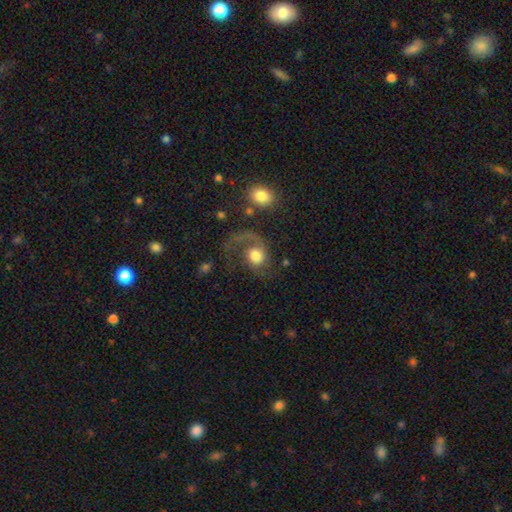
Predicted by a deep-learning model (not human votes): smooth_or_featured: featured or disk (p=0.54) [alt: smooth p=0.37]
disk_edge_on: no (p=0.97) [alt: yes p=0.03]
bar: no (p=0.74) [alt: weak p=0.22]
has_spiral_arms: yes (p=0.87) [alt: no p=0.13]
bulge_size: large (p=0.41) [alt: moderate p=0.40]
merging: major disturbance (p=0.41) [alt: none p=0.38]